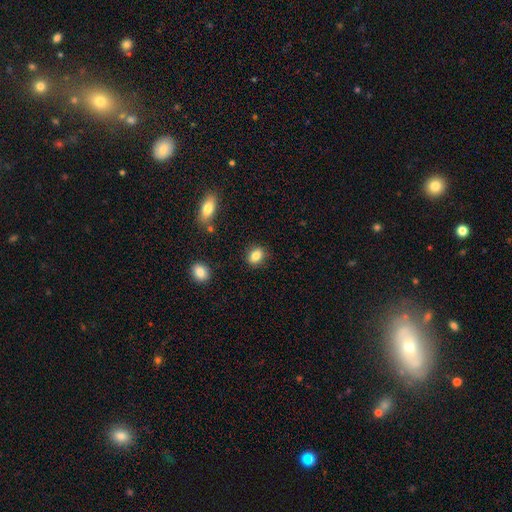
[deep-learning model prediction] smooth-or-featured: smooth: 84% | star or artifact: 9% | featured or disk: 7%
  how-rounded: in between: 58% | round: 40% | cigar-shaped: 2%
  merging: none: 86% | minor disturbance: 10% | major disturbance: 3% | merger: 2%